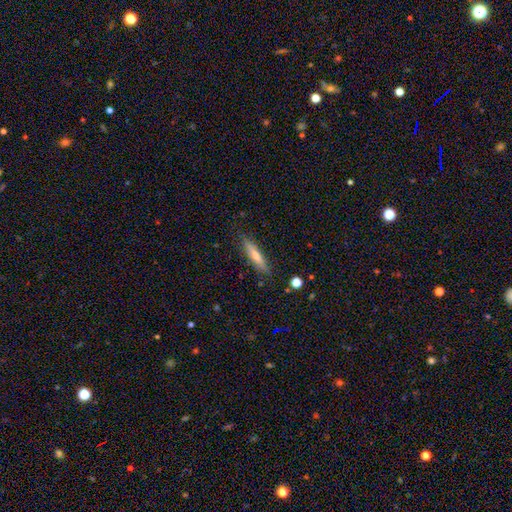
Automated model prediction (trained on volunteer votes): This is possibly a featured or disk galaxy (46%, tied with smooth). Merging: clearly none (86%).